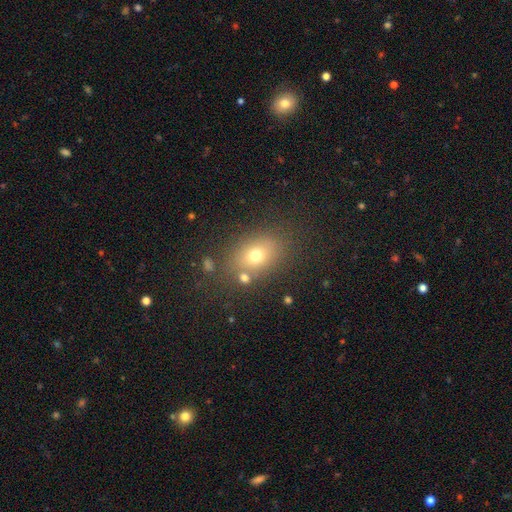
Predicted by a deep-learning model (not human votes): The model was most divided on "how rounded": in between: 68%, round: 31%, cigar-shaped: 2%. More confident: merging — none (74%); smooth or featured — smooth (69%).